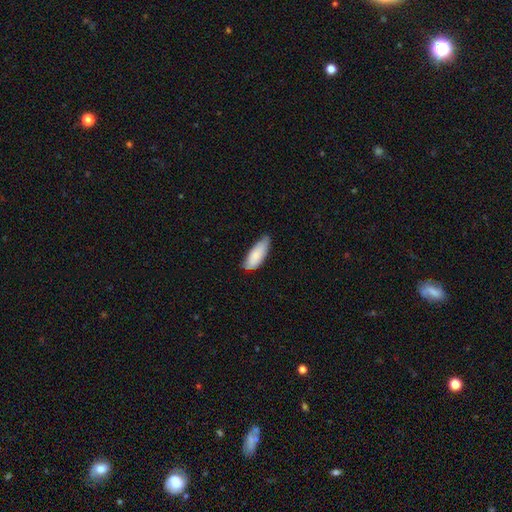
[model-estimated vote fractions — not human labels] Smooth or featured? Predicted: smooth (p=0.85). How rounded? Predicted: in between (p=0.73). Merging? Predicted: none (p=0.55).